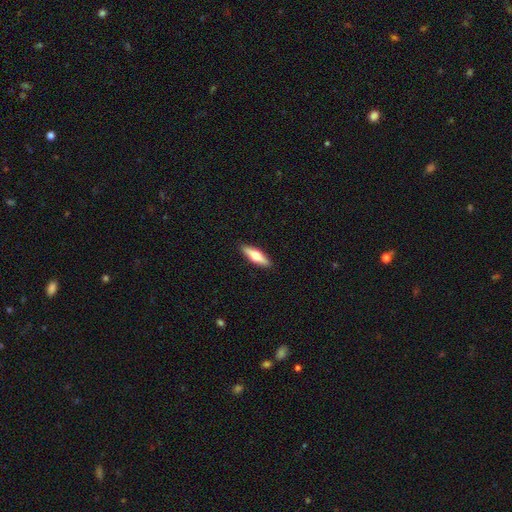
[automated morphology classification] smooth-or-featured: smooth: 56% | featured or disk: 39% | star or artifact: 5%
  how-rounded: cigar-shaped: 60% | in between: 38% | round: 2%
  merging: none: 91% | minor disturbance: 7% | major disturbance: 2% | merger: 1%